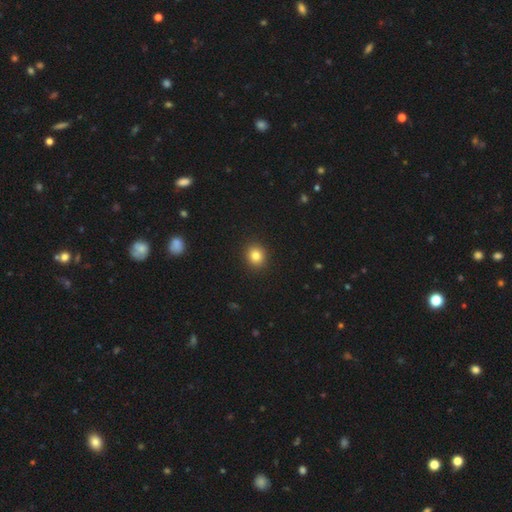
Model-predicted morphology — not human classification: smooth_or_featured: smooth (p=0.83) [alt: star or artifact p=0.11]
how_rounded: round (p=0.81) [alt: in between p=0.18]
merging: none (p=0.92) [alt: minor disturbance p=0.05]